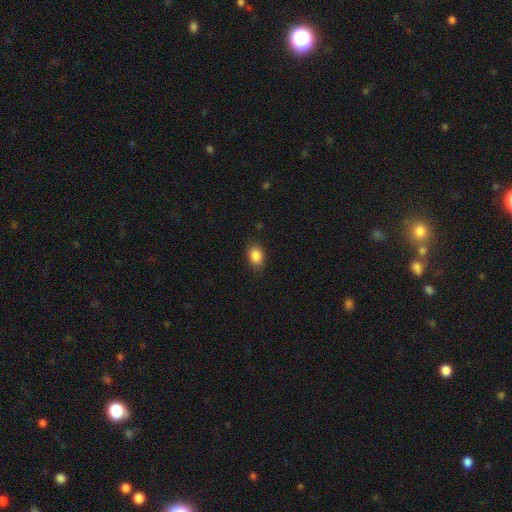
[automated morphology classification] smooth 86%, star or artifact 9%, featured or disk 5%. Down the decision tree: how rounded — in between (80%); merging — none (85%).